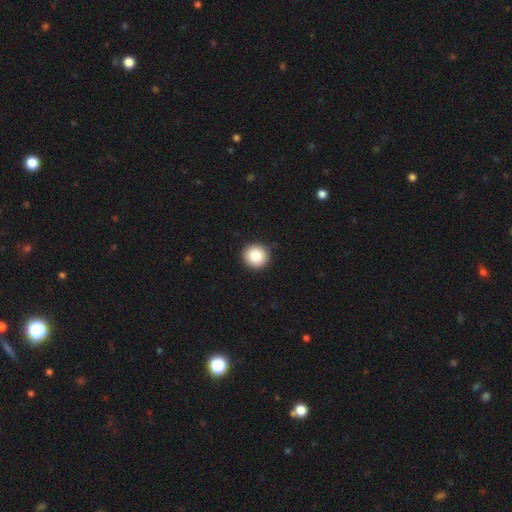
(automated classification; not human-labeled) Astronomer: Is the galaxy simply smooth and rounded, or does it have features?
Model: smooth — 84%.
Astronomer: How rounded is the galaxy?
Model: round — 93%.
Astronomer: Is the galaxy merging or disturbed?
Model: none — 92%.